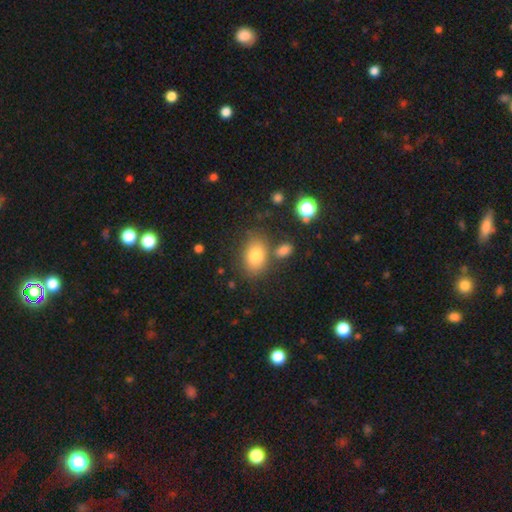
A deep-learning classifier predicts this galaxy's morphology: Smooth or featured? smooth (79%)
How rounded? in between (78%)
Merging? none (71%)